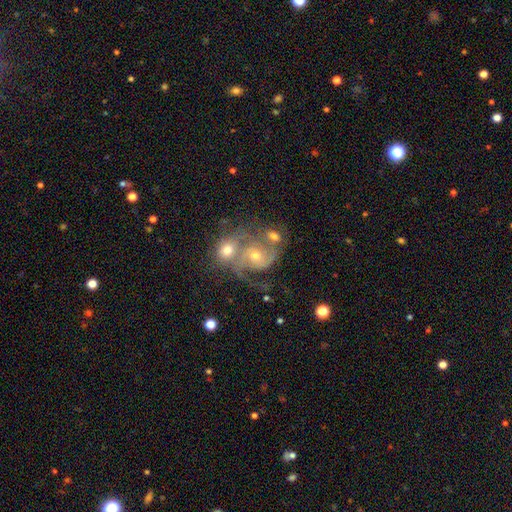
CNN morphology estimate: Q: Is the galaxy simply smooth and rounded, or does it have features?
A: featured or disk — 83%.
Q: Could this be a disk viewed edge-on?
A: no — 98%.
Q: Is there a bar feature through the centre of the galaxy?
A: no — 65%.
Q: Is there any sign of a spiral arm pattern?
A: yes — 96%.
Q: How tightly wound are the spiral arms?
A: medium — 49%.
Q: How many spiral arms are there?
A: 2 — 67%.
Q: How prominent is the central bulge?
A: moderate — 50%.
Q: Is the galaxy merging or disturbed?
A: merger — 48%.